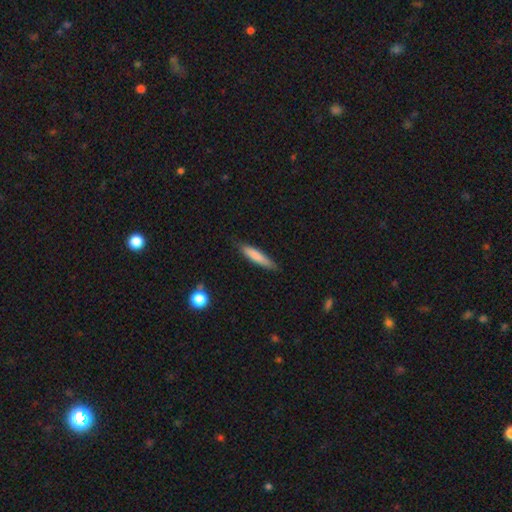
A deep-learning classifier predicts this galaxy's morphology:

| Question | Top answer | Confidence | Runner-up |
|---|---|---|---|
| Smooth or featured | smooth | 78% | featured or disk (15%) |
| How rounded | cigar-shaped | 84% | in between (14%) |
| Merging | none | 82% | minor disturbance (15%) |